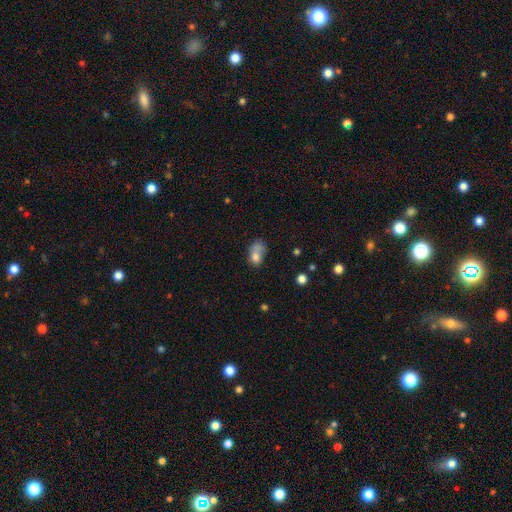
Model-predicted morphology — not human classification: smooth-or-featured: smooth: 71% | featured or disk: 18% | star or artifact: 11%
  how-rounded: in between: 65% | round: 33% | cigar-shaped: 2%
  merging: merger: 40% | none: 25% | major disturbance: 18% | minor disturbance: 17%